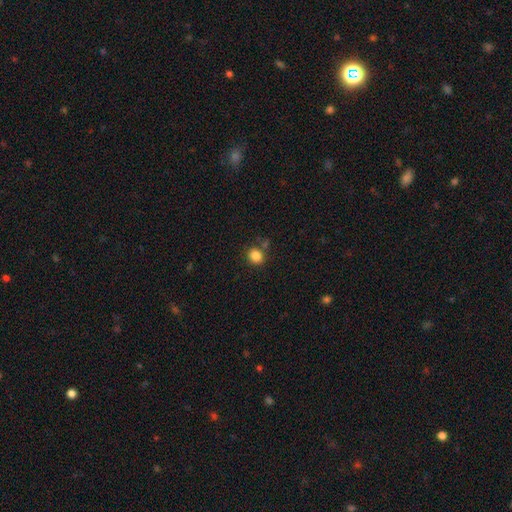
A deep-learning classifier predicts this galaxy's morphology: type=smooth (85%); roundness=round (70%); merging=none (77%).